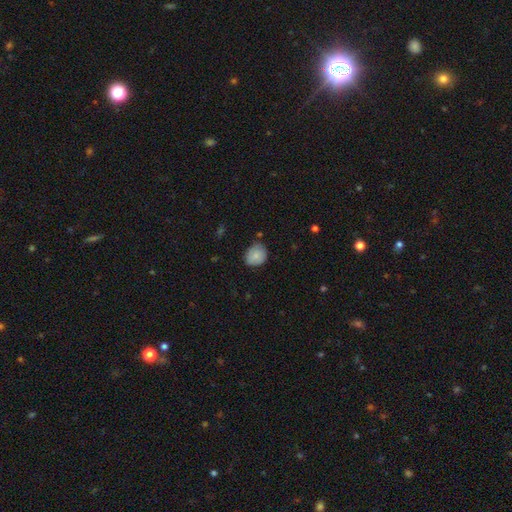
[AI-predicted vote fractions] Smooth or featured? smooth (83%)
How rounded? round (63%)
Merging? none (68%)